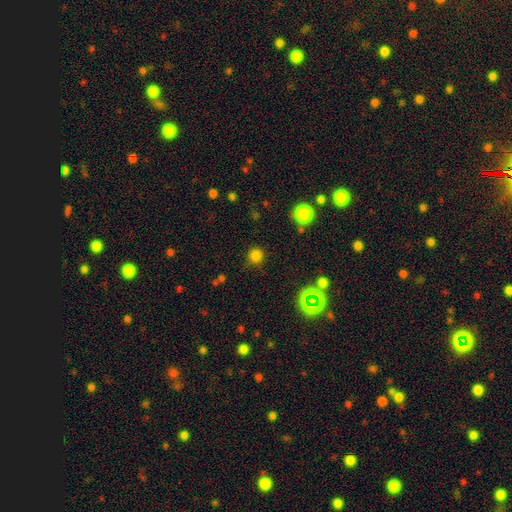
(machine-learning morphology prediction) This appears to be a smooth galaxy with no disk features (76%) that is round (93%). Merging: none (86%).